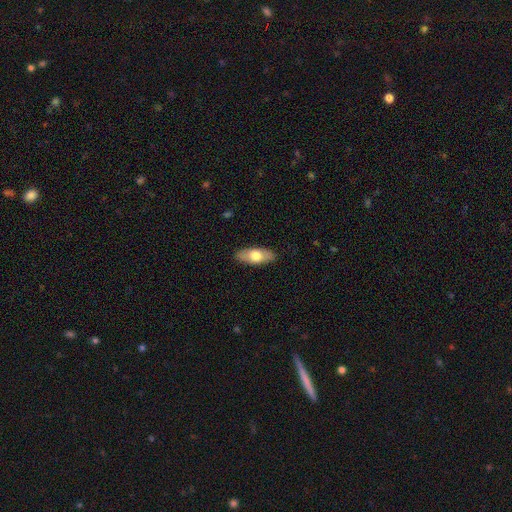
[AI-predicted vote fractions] Smooth or featured? Predicted: smooth (p=0.65). How rounded? Predicted: in between (p=0.81). Merging? Predicted: none (p=0.88).